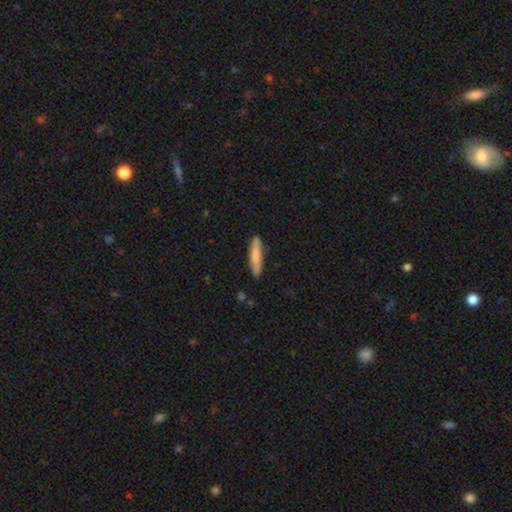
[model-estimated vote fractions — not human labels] smooth 76%, featured or disk 19%, star or artifact 5%. Down the decision tree: how rounded — cigar-shaped (88%); merging — none (86%).